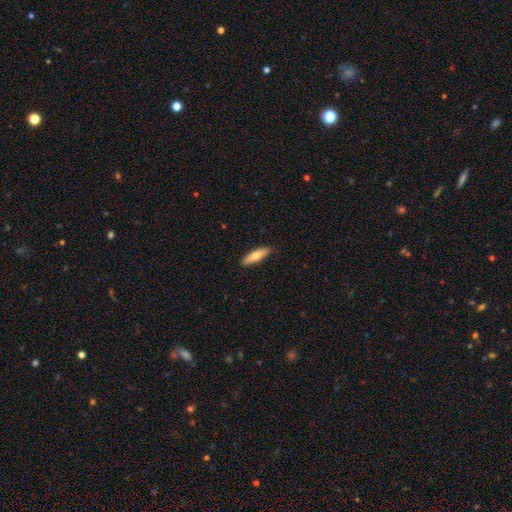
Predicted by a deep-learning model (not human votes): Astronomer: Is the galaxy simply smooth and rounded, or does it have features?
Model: smooth — 69%.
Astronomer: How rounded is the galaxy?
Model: cigar-shaped — 63%.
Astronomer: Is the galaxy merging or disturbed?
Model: none — 89%.